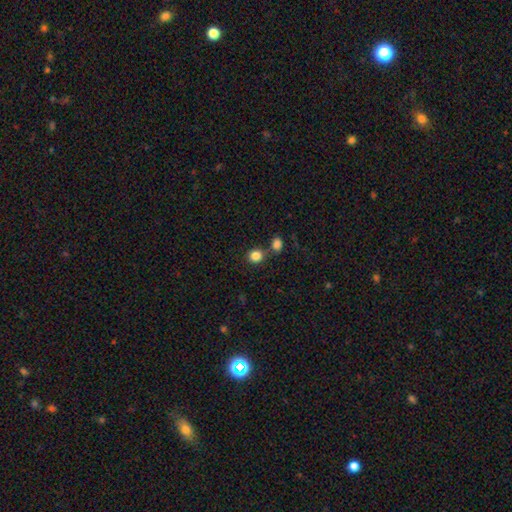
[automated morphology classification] This is clearly a smooth galaxy (85%). How rounded: likely round (79%). Merging: likely none (68%).